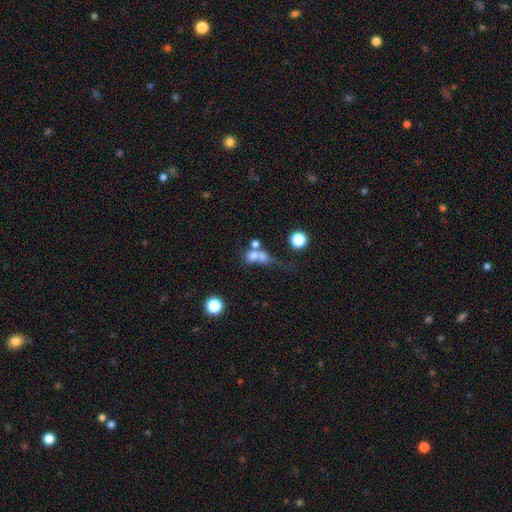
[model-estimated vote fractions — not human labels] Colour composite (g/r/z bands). It shows a smooth galaxy with no disk features (63%) that is round (56%). Merging: merger (54%).